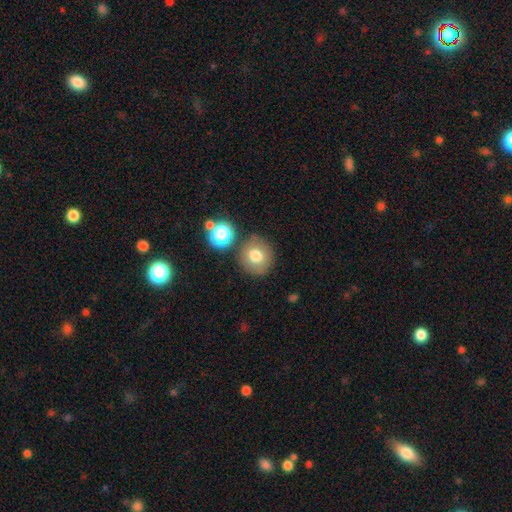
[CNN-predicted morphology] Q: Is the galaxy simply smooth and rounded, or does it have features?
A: smooth — 75%.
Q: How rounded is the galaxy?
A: round — 89%.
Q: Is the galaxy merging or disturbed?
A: none — 79%.